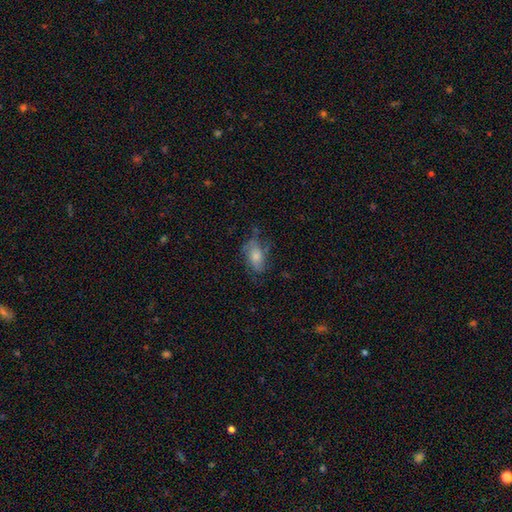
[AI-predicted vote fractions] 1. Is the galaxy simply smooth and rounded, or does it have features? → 46% smooth, 41% featured or disk, 13% star or artifact.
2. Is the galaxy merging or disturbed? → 60% none, 24% minor disturbance, 13% major disturbance, 2% merger.